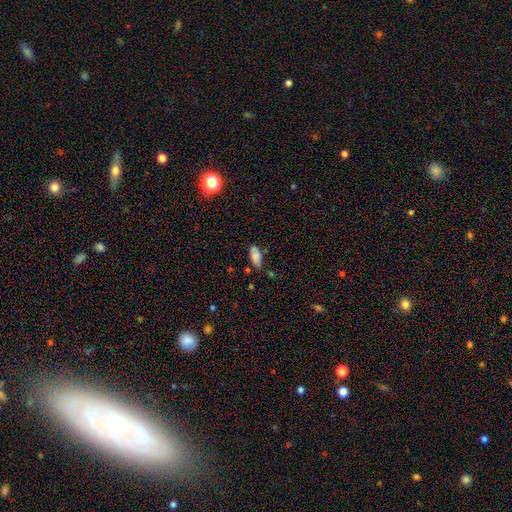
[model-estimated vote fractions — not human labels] Morphology: type=smooth (80%); roundness=in between (83%); merging=none (59%).